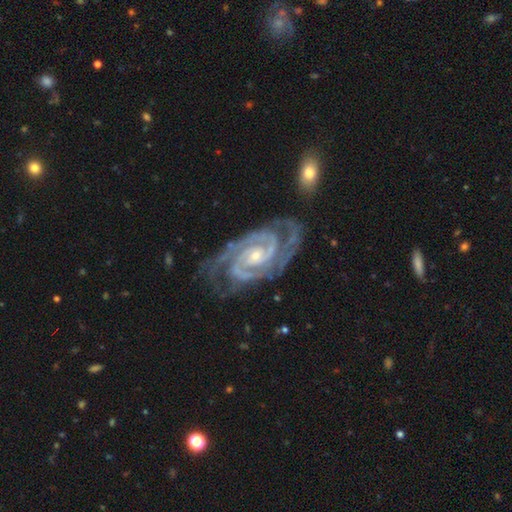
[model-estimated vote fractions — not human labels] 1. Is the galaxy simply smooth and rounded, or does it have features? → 93% featured or disk, 4% star or artifact, 2% smooth.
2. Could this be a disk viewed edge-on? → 97% no, 3% yes.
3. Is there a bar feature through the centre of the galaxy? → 54% no, 31% weak, 15% strong.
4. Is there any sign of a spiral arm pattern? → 99% yes, 1% no.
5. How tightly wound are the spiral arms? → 68% tight, 28% medium, 3% loose.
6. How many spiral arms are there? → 67% 2, 17% 3, 6% can't tell, 4% 4, 3% more than 4, 3% 1.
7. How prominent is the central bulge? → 66% small, 31% moderate, 1% none, 1% large, 1% dominant.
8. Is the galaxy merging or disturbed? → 70% none, 19% minor disturbance, 8% major disturbance, 2% merger.